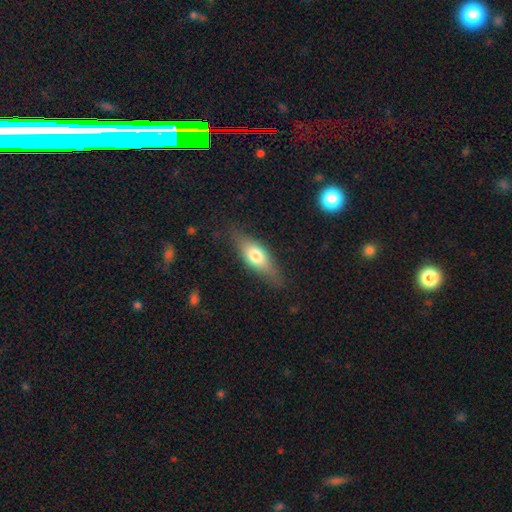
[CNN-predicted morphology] Smooth or featured? Predicted: smooth (p=0.64). How rounded? Predicted: in between (p=0.65). Merging? Predicted: none (p=0.77).